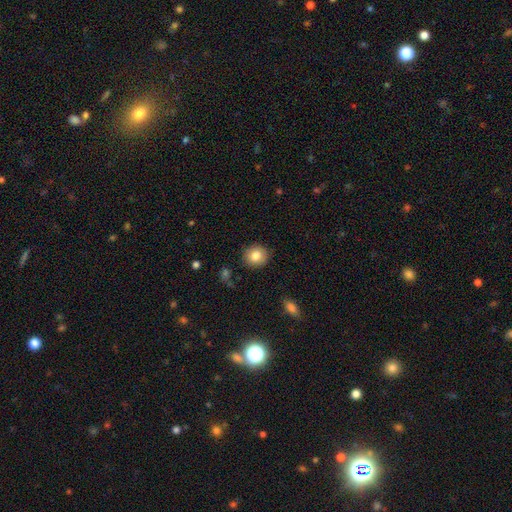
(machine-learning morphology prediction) smooth 82%, featured or disk 9%, star or artifact 9%. Down the decision tree: how rounded — round (85%); merging — none (89%).